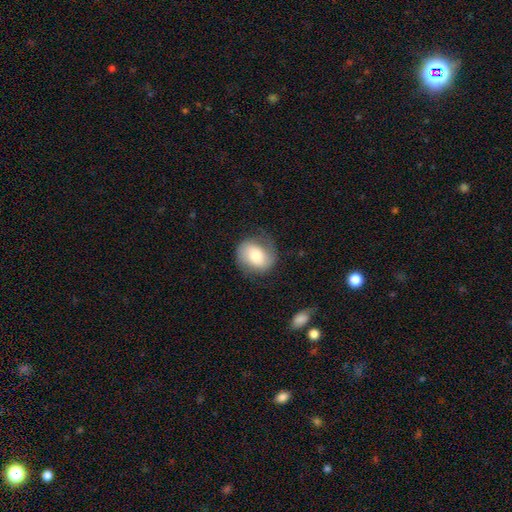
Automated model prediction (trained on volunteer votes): This is possibly a smooth galaxy (53%). How rounded: possibly round (52%). Merging: likely none (64%).